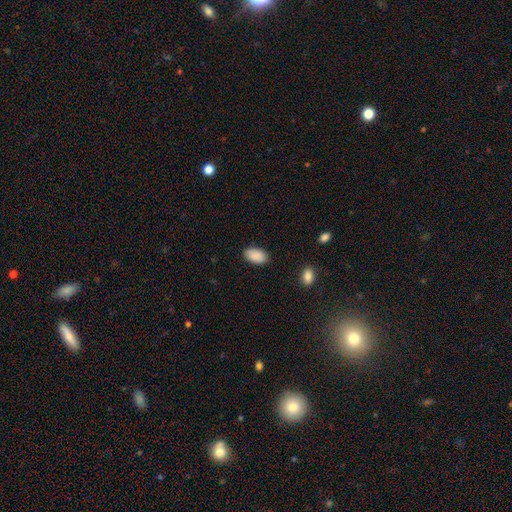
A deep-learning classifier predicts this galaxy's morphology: Smooth or featured?
  - smooth: 90% *
  - star or artifact: 6%
  - featured or disk: 3%
How rounded?
  - in between: 94% *
  - round: 5%
  - cigar-shaped: 1%
Merging?
  - none: 86% *
  - minor disturbance: 10%
  - major disturbance: 2%
  - merger: 1%